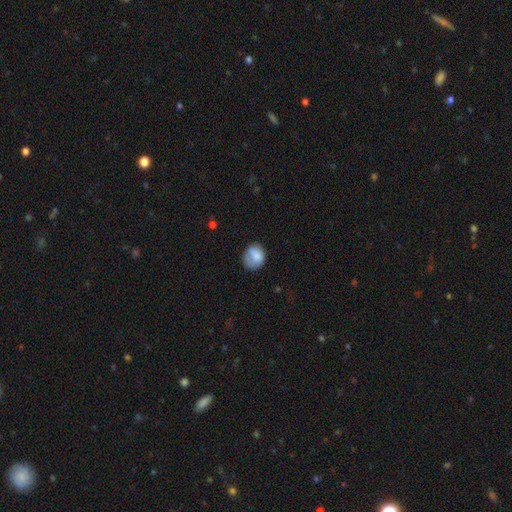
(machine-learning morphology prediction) Smooth or featured? smooth (79%)
How rounded? round (66%)
Merging? none (56%)